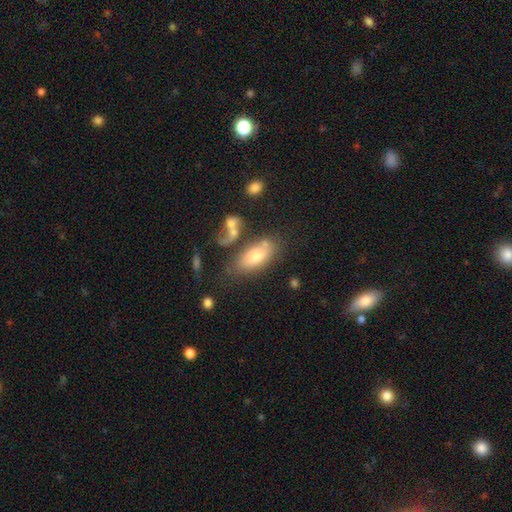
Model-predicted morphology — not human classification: The model was most divided on "merging": none: 57%, minor disturbance: 19%, merger: 15%, major disturbance: 9%. More confident: how rounded — in between (86%); smooth or featured — smooth (68%).